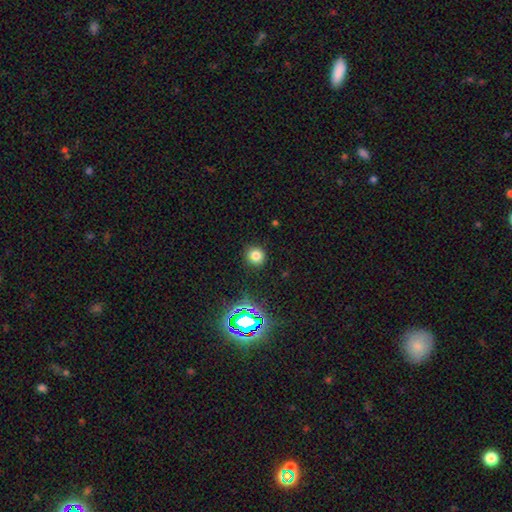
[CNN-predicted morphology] Smooth or featured? Predicted: smooth (p=0.76). How rounded? Predicted: round (p=0.91). Merging? Predicted: none (p=0.90).